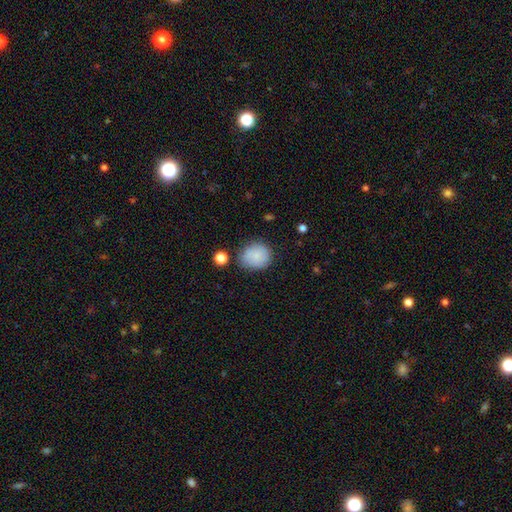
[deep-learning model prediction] Overall: smooth (85%). How rounded: round (80%). Merging: none (73%).